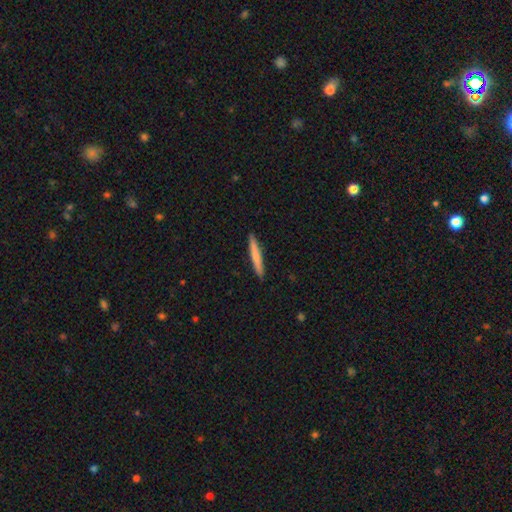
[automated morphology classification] A smooth galaxy with no disk features (72%) that is cigar-shaped (96%).

Vote fractions:
- Smooth or featured? smooth: 72% / featured or disk: 23% / star or artifact: 5%
- How rounded? cigar-shaped: 96% / in between: 3% / round: 1%
- Merging? none: 92% / minor disturbance: 6% / major disturbance: 1% / merger: 1%